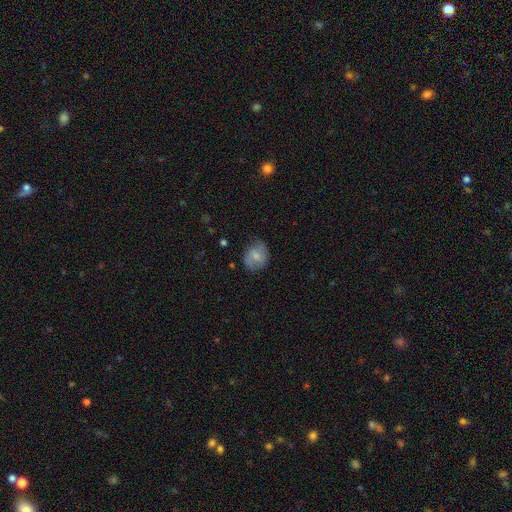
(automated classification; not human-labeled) Smooth or featured? Predicted: smooth (p=0.69). How rounded? Predicted: round (p=0.56). Merging? Predicted: none (p=0.72).